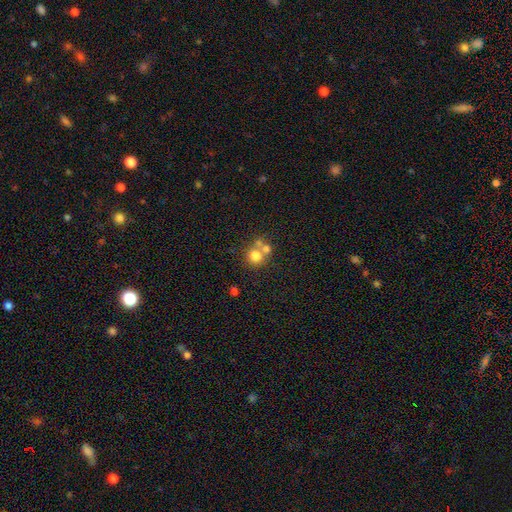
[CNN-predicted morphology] Overall: smooth (73%). How rounded: round (87%). Merging: merger (45%; none 44%).